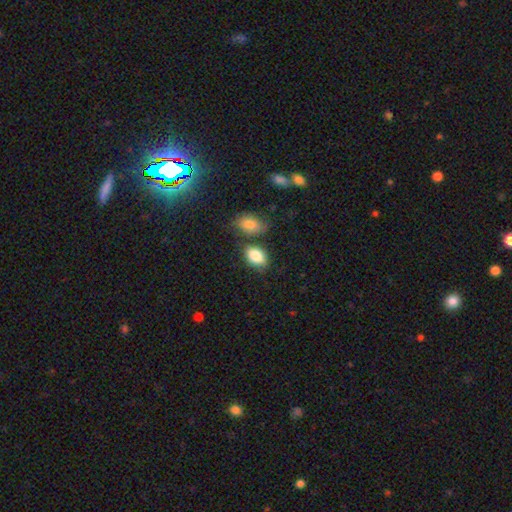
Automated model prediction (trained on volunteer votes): A smooth galaxy with no disk features (85%) that is in between round and cigar-shaped (87%).

Vote fractions:
- Smooth or featured? smooth: 85% / featured or disk: 8% / star or artifact: 7%
- How rounded? in between: 87% / round: 12% / cigar-shaped: 2%
- Merging? none: 64% / minor disturbance: 16% / merger: 15% / major disturbance: 5%